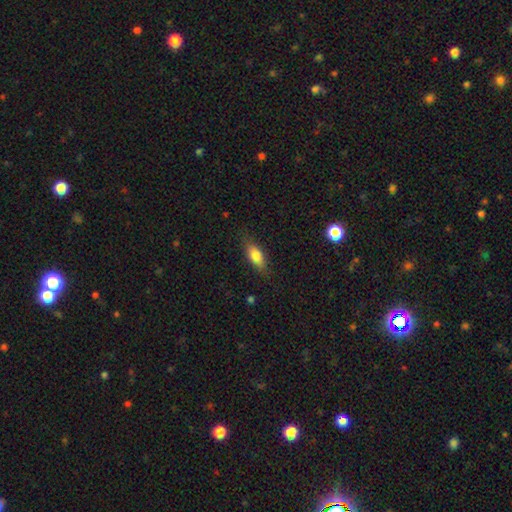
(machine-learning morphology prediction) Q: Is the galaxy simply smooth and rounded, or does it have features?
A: smooth — 78%.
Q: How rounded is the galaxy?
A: in between — 75%.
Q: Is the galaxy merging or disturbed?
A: none — 81%.